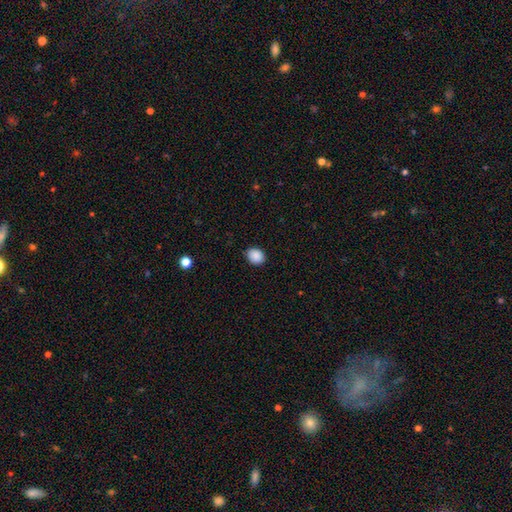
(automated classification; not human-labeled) Smooth or featured: smooth — 89% (star or artifact — 8%)
How rounded: round — 56% (in between — 43%)
Merging: none — 87% (minor disturbance — 10%)